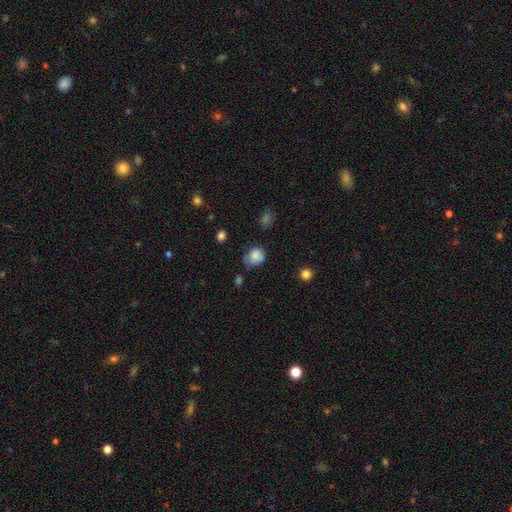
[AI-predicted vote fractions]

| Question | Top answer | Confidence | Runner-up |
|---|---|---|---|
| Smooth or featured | smooth | 79% | featured or disk (12%) |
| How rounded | round | 57% | in between (42%) |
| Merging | none | 46% | minor disturbance (38%) |